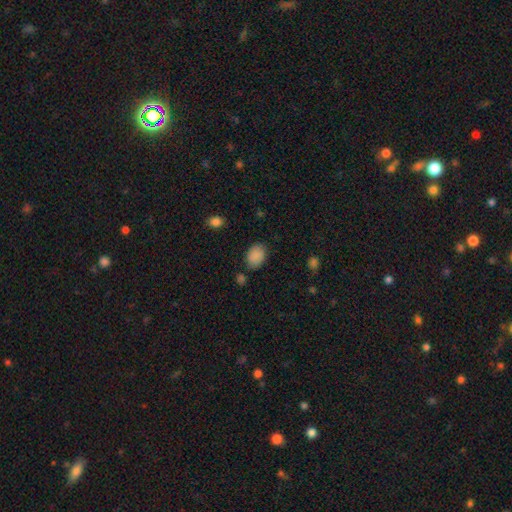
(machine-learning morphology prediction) This appears to be a smooth galaxy with no disk features (88%) that is in between round and cigar-shaped (76%). Merging: none (80%).